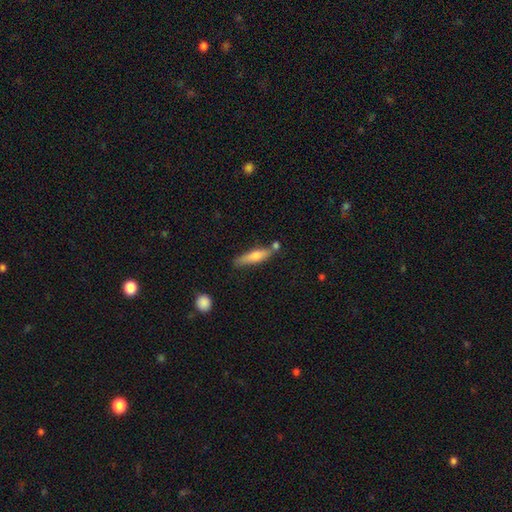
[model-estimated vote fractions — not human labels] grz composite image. It shows a smooth galaxy with no disk features (60%) that is cigar-shaped (77%). Merging: none (67%).